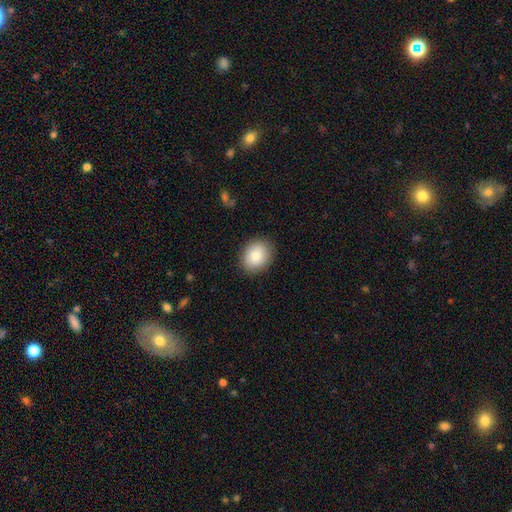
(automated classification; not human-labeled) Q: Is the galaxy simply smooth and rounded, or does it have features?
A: smooth — 83%.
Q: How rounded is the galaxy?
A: round — 53%.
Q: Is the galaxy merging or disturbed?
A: none — 88%.